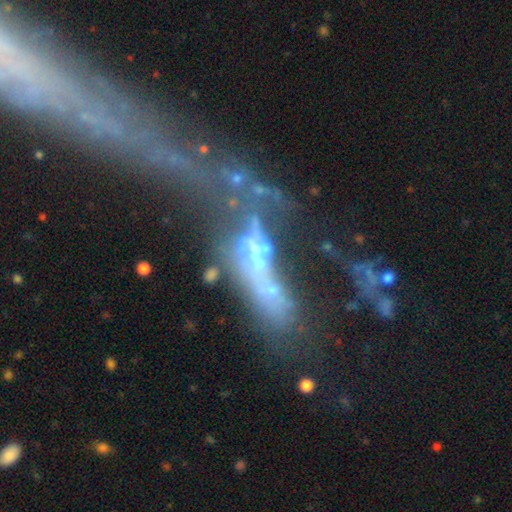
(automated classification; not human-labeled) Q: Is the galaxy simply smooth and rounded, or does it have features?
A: featured or disk — 56%.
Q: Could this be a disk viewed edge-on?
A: no — 78%.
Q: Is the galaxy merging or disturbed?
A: merger — 39%.